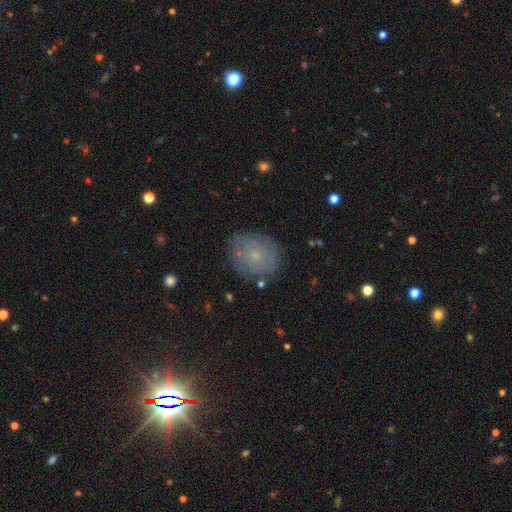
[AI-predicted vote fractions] smooth 59%, featured or disk 29%, star or artifact 12%. Down the decision tree: how rounded — round (58%); merging — none (79%).